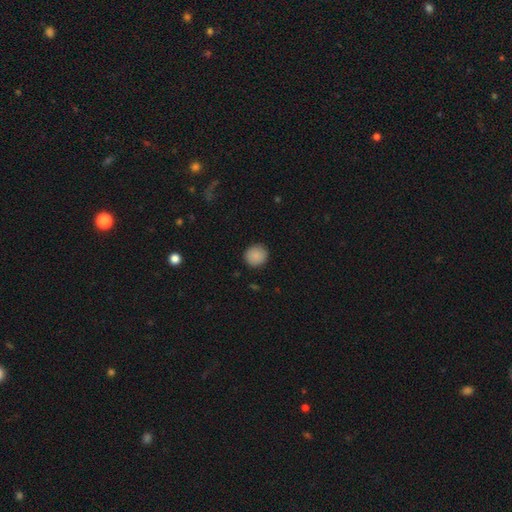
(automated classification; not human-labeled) The model was most divided on "smooth or featured": smooth: 88%, star or artifact: 8%, featured or disk: 3%. More confident: how rounded — round (91%); merging — none (91%).